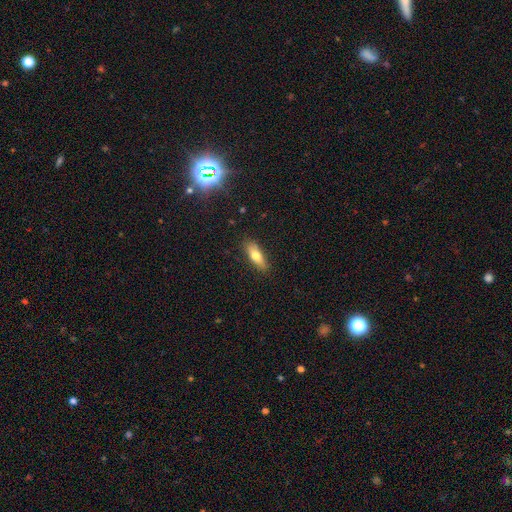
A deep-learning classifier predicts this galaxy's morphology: Q: Smooth or featured?
A: smooth (71%); runner-up: featured or disk (22%)
Q: How rounded?
A: in between (58%); runner-up: cigar-shaped (39%)
Q: Merging?
A: none (84%); runner-up: minor disturbance (12%)